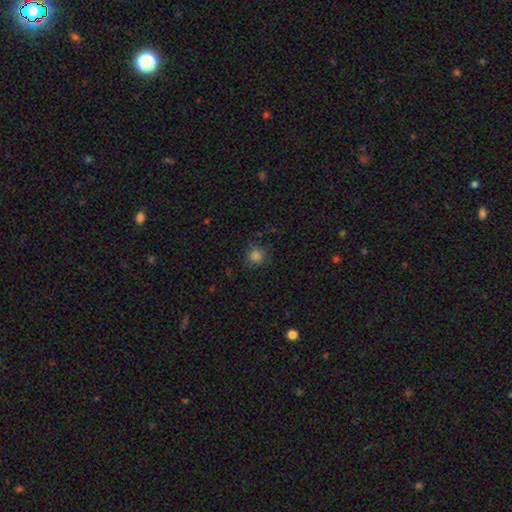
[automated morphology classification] smooth_or_featured: smooth (p=0.83) [alt: star or artifact p=0.13]
how_rounded: round (p=0.91) [alt: in between p=0.08]
merging: none (p=0.83) [alt: minor disturbance p=0.12]